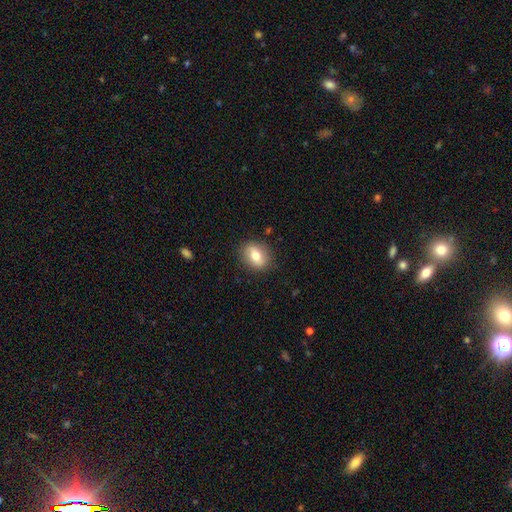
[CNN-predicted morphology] Q: Smooth or featured?
A: smooth (73%); runner-up: featured or disk (19%)
Q: How rounded?
A: in between (64%); runner-up: round (34%)
Q: Merging?
A: none (85%); runner-up: minor disturbance (11%)